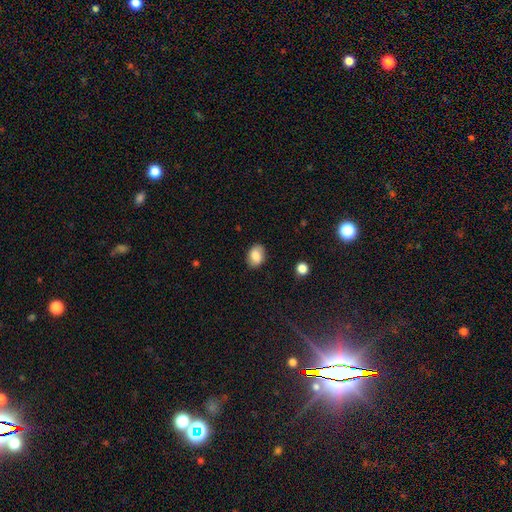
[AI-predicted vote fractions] Smooth or featured? smooth (81%)
How rounded? in between (74%)
Merging? none (84%)